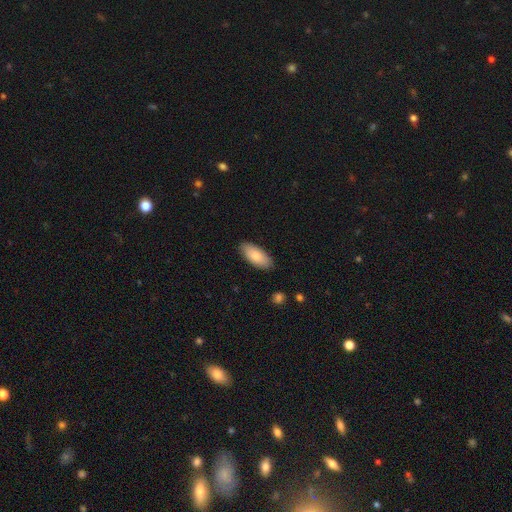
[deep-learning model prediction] Smooth or featured? Predicted: smooth (p=0.81). How rounded? Predicted: in between (p=0.88). Merging? Predicted: none (p=0.87).